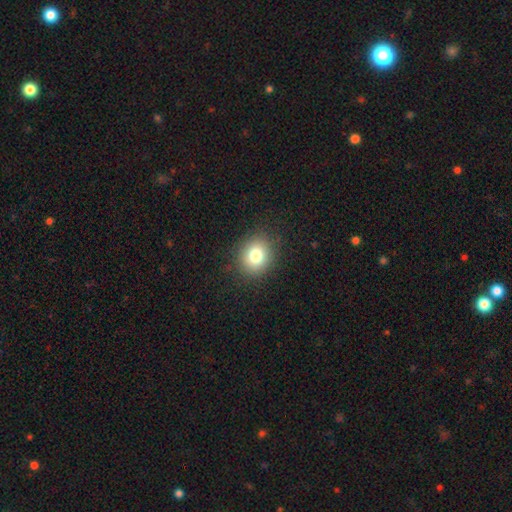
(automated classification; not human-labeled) A smooth galaxy with no disk features (79%) that is round (73%).

Vote fractions:
- Smooth or featured? smooth: 79% / star or artifact: 12% / featured or disk: 9%
- How rounded? round: 73% / in between: 27% / cigar-shaped: 1%
- Merging? none: 88% / minor disturbance: 8% / major disturbance: 3% / merger: 1%